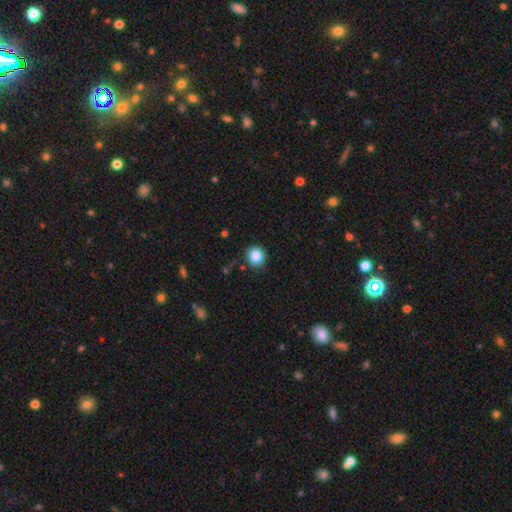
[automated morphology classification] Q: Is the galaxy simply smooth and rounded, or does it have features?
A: smooth — 85%.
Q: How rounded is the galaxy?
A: round — 89%.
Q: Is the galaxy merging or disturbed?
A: none — 85%.